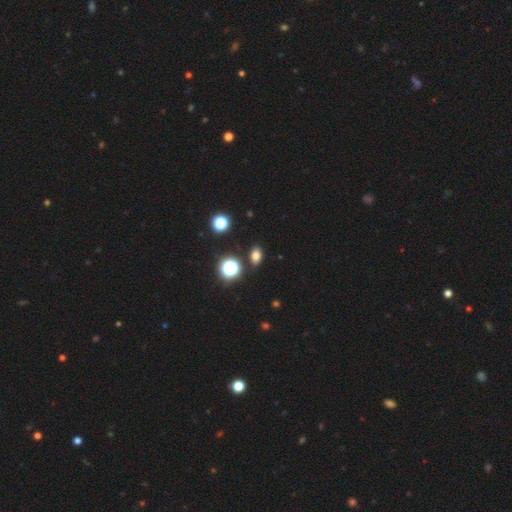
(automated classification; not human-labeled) smooth 73%, star or artifact 19%, featured or disk 8%. Down the decision tree: how rounded — in between (77%); merging — none (86%).